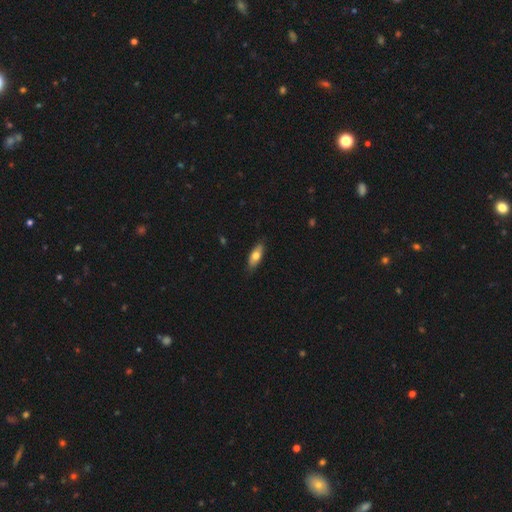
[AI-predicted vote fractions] Q: Smooth or featured?
A: smooth (71%); runner-up: featured or disk (23%)
Q: How rounded?
A: in between (72%); runner-up: cigar-shaped (25%)
Q: Merging?
A: none (84%); runner-up: minor disturbance (13%)